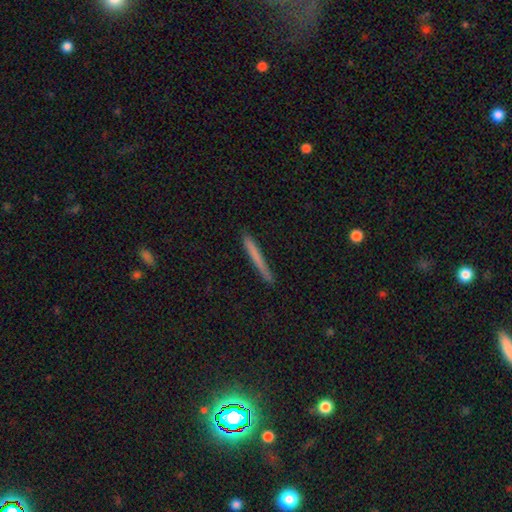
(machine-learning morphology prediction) Q: Smooth or featured?
A: smooth (67%); runner-up: featured or disk (26%)
Q: How rounded?
A: cigar-shaped (97%); runner-up: in between (2%)
Q: Merging?
A: none (88%); runner-up: minor disturbance (9%)